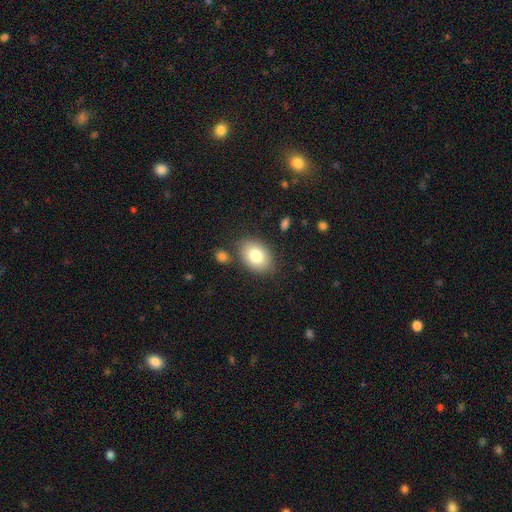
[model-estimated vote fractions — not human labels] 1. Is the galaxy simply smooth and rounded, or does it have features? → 81% smooth, 12% featured or disk, 8% star or artifact.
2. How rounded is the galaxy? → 82% in between, 17% round, 1% cigar-shaped.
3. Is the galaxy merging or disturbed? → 79% none, 12% minor disturbance, 5% merger, 3% major disturbance.